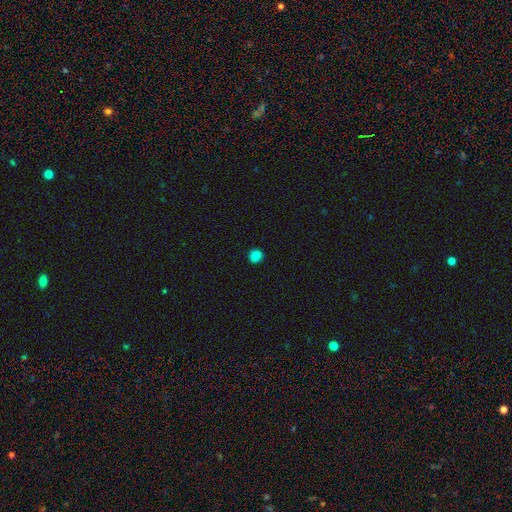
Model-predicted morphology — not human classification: The model was most divided on "smooth or featured": smooth: 85%, star or artifact: 13%, featured or disk: 3%. More confident: merging — none (91%); how rounded — round (87%).